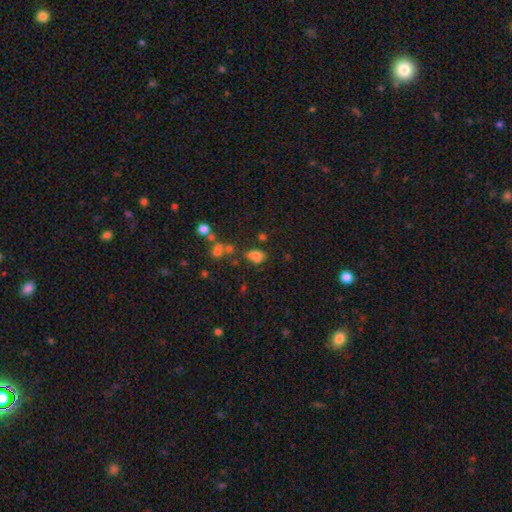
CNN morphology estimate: Overall: smooth (73%). How rounded: in between (83%). Merging: none (58%; minor disturbance 20%).